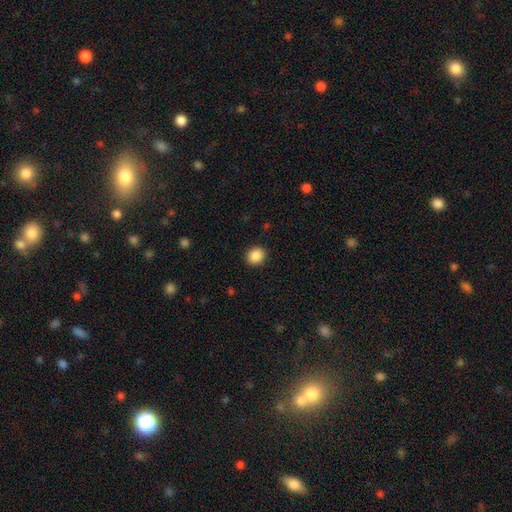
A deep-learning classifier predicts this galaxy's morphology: This is clearly a smooth galaxy (88%). How rounded: likely round (79%). Merging: clearly none (91%).